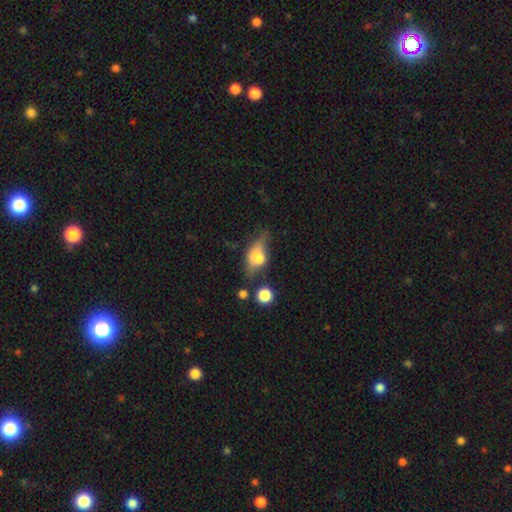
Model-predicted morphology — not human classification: This is possibly a smooth galaxy (52%). How rounded: likely in between (76%). Merging: marginally none (42%).